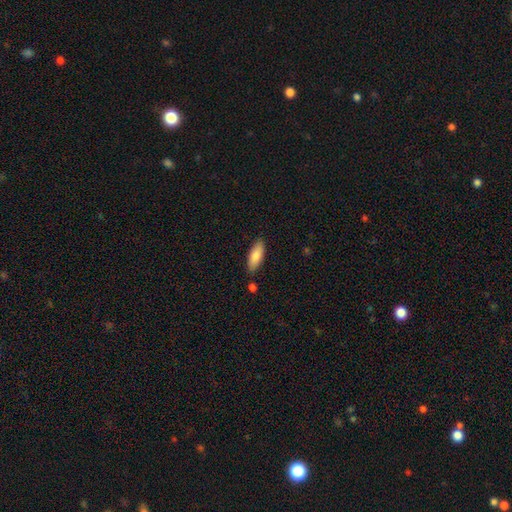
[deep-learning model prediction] smooth-or-featured: smooth: 83% | featured or disk: 11% | star or artifact: 6%
  how-rounded: in between: 69% | cigar-shaped: 29% | round: 2%
  merging: none: 82% | minor disturbance: 12% | merger: 4% | major disturbance: 2%